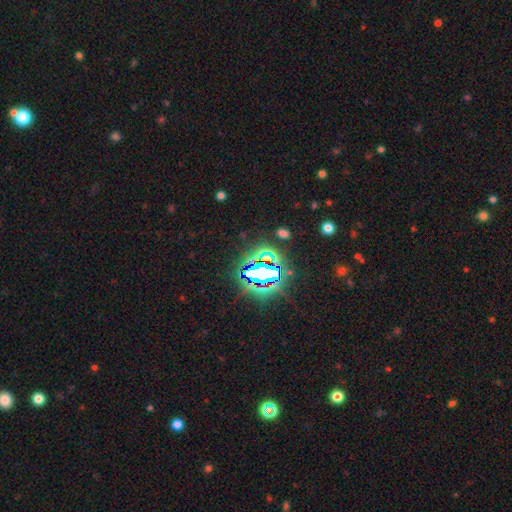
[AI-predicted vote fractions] smooth-or-featured: star or artifact: 78% | smooth: 13% | featured or disk: 9%